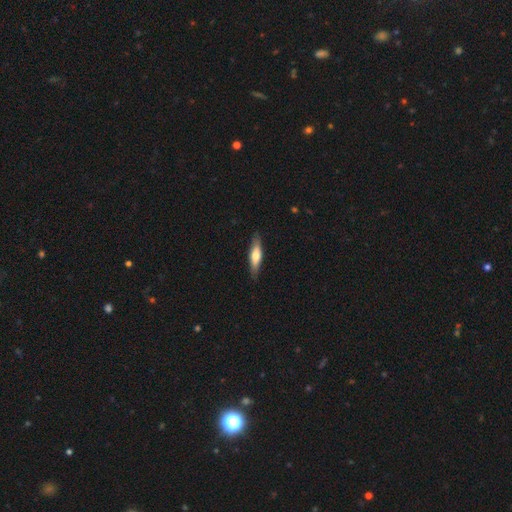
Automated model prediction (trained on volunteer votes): Overall: smooth (57%; featured or disk 38%). How rounded: cigar-shaped (69%; in between 29%). Merging: none (85%).